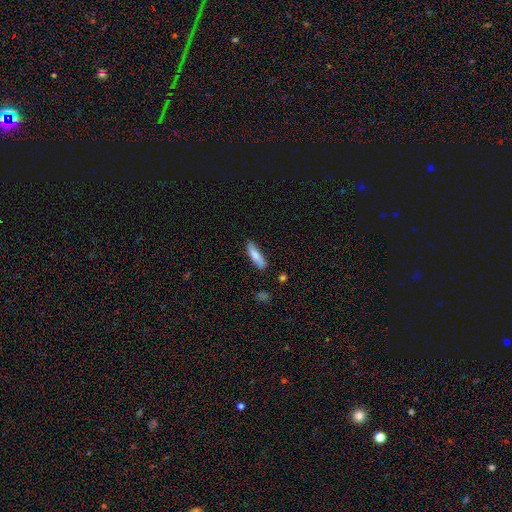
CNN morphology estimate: smooth 79%, featured or disk 15%, star or artifact 6%. Down the decision tree: how rounded — cigar-shaped (65%); merging — none (79%).